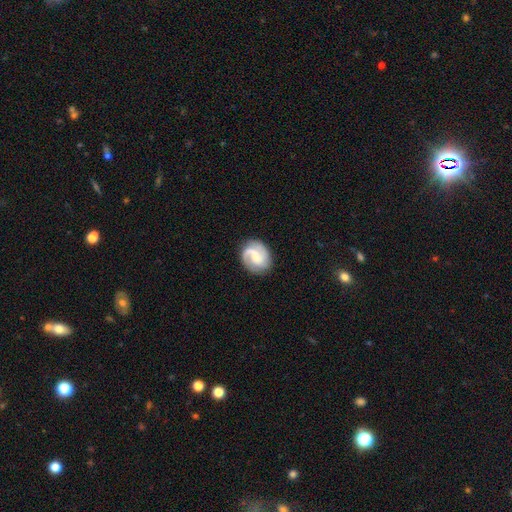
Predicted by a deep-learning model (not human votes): Overall: featured or disk (76%). Edge-on disk: no (98%). Bar: weak (52%; no 33%). Spiral arms: yes (95%). Spiral arm count: 2 (70%). Spiral winding: medium (45%; loose 30%). Bulge size: small (41%; moderate 31%). Merging: none (77%).